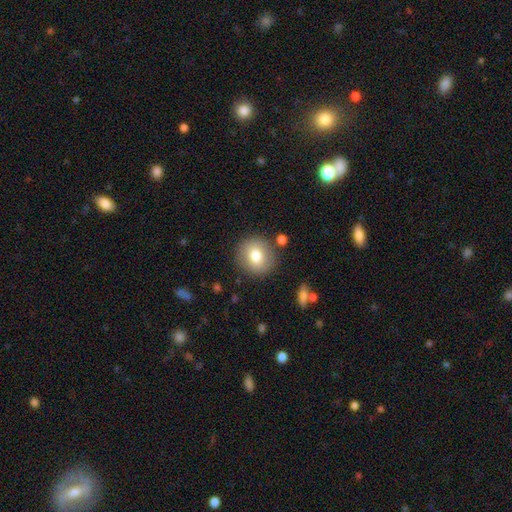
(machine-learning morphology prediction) type=smooth (78%); roundness=round (91%); merging=none (86%).